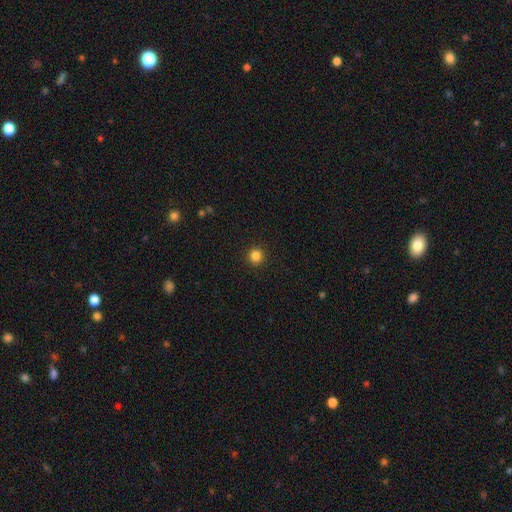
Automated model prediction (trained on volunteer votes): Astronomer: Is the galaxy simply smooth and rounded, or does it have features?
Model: smooth — 84%.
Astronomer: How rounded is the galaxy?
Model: round — 94%.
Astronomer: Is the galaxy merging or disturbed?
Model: none — 92%.